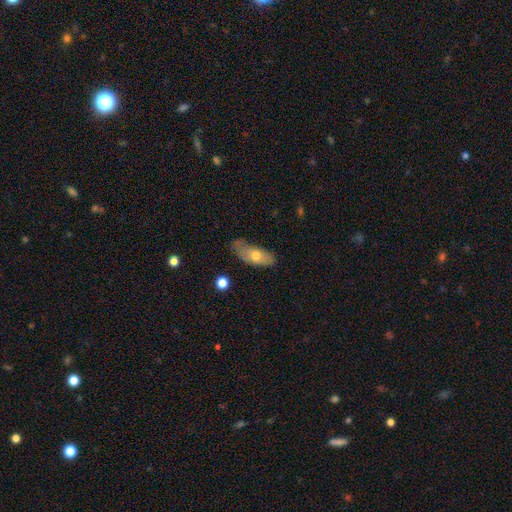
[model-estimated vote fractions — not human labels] Smooth or featured? smooth (64%)
How rounded? in between (79%)
Merging? none (54%)